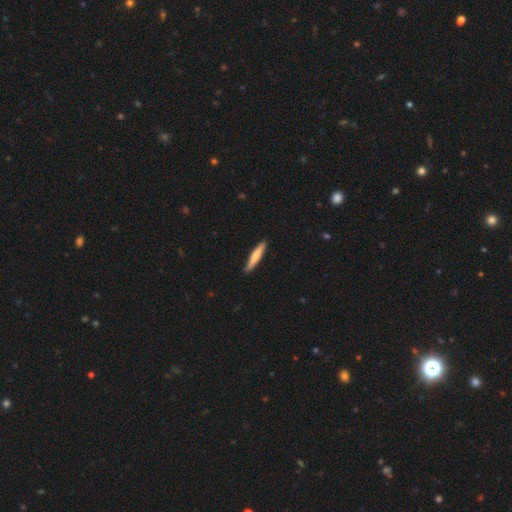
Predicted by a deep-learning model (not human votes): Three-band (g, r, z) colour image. It shows a smooth galaxy with no disk features (70%) that is cigar-shaped (93%). Merging: none (88%).